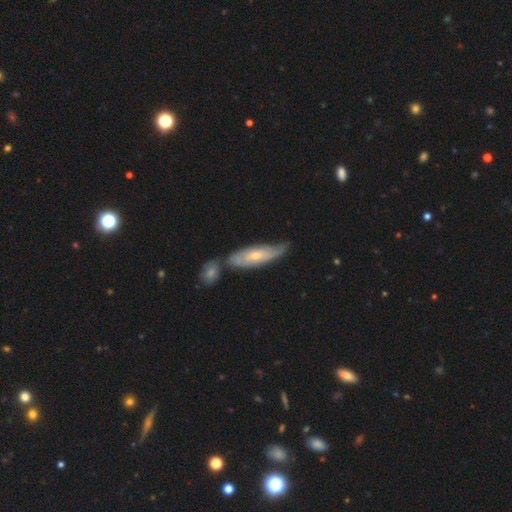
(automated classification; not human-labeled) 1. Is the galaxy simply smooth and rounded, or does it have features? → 53% featured or disk, 41% smooth, 6% star or artifact.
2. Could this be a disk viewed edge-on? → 72% no, 28% yes.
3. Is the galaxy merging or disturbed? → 45% none, 24% merger, 23% minor disturbance, 7% major disturbance.